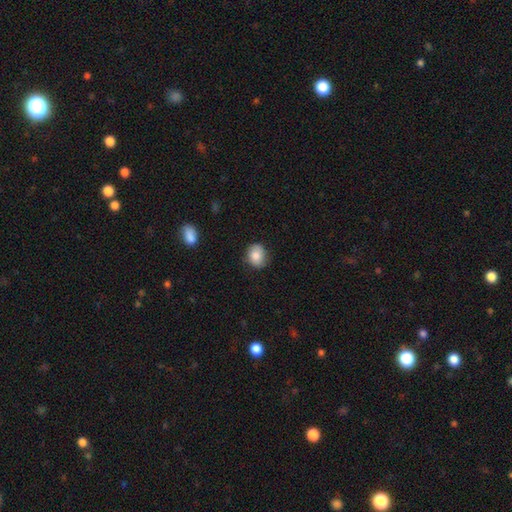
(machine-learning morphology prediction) type=smooth (83%); roundness=round (59%); merging=none (79%).